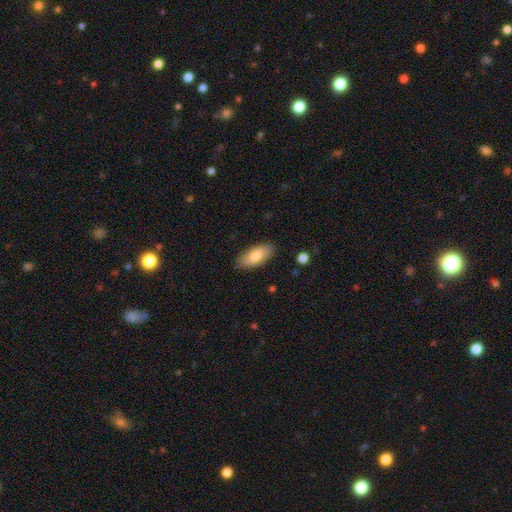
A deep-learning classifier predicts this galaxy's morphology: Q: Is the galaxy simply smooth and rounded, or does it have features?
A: smooth — 79%.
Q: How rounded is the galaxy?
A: in between — 89%.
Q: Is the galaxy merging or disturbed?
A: none — 84%.